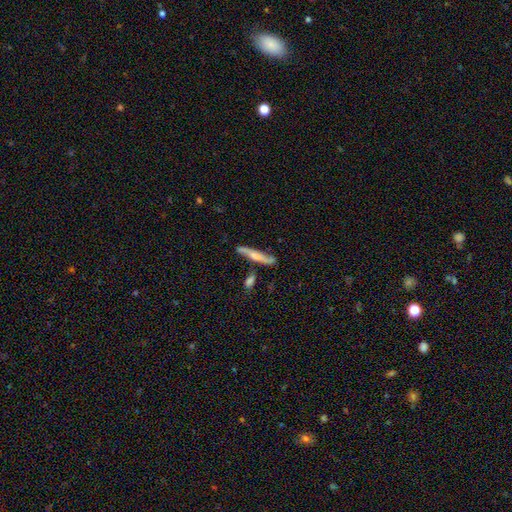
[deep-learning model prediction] smooth-or-featured: featured or disk: 53% | smooth: 42% | star or artifact: 6%
  disk-edge-on: yes: 75% | no: 25%
  merging: none: 67% | minor disturbance: 20% | merger: 8% | major disturbance: 5%